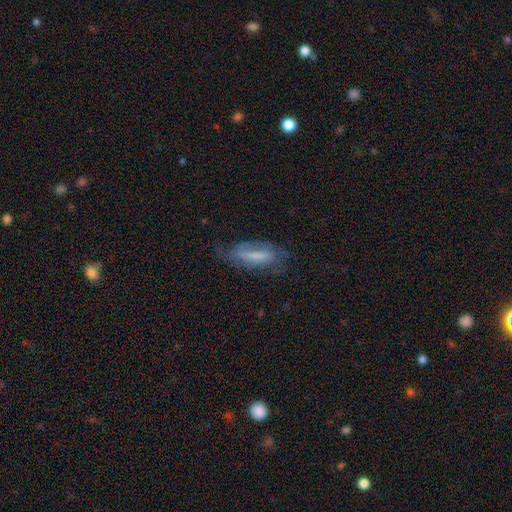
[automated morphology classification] This is possibly a smooth galaxy (47%). Merging: possibly none (57%).